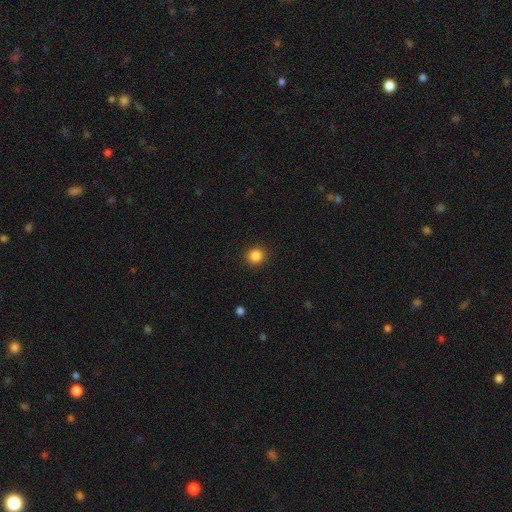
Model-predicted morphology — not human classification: The model was most divided on "smooth or featured": smooth: 86%, star or artifact: 11%, featured or disk: 3%. More confident: merging — none (91%); how rounded — round (90%).